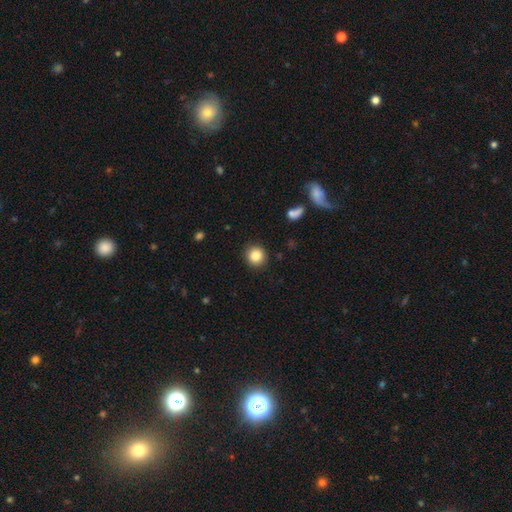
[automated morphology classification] type=smooth (85%); roundness=round (91%); merging=none (91%).